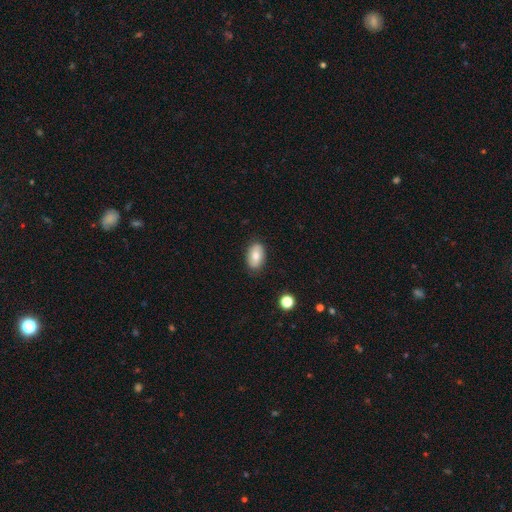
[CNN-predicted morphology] Smooth or featured: smooth — 75% (featured or disk — 18%)
How rounded: in between — 92% (round — 7%)
Merging: none — 84% (minor disturbance — 12%)